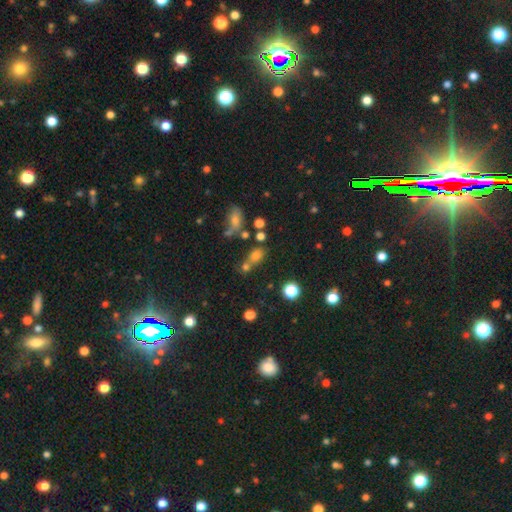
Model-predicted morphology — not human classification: Smooth or featured? Predicted: smooth (p=0.70). How rounded? Predicted: in between (p=0.53). Merging? Predicted: merger (p=0.43).